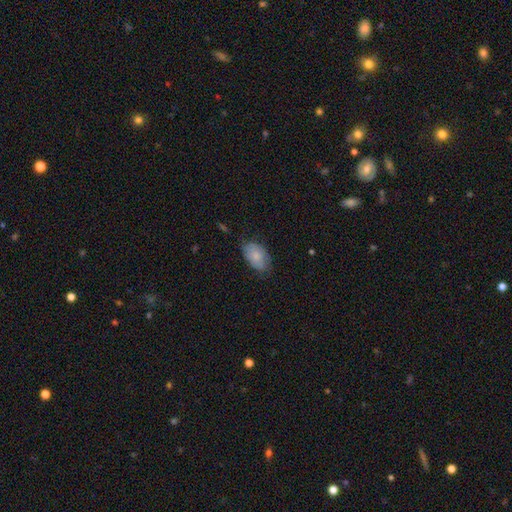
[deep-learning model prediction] smooth_or_featured: smooth (p=0.77) [alt: featured or disk p=0.17]
how_rounded: in between (p=0.92) [alt: round p=0.06]
merging: none (p=0.65) [alt: minor disturbance p=0.28]